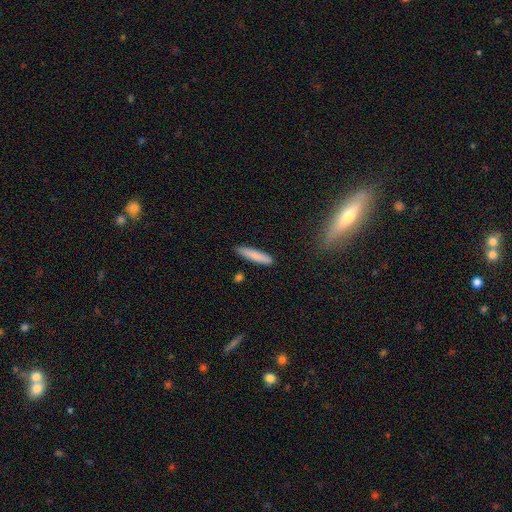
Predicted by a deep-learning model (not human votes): Overall: smooth (82%). How rounded: cigar-shaped (85%). Merging: none (89%).